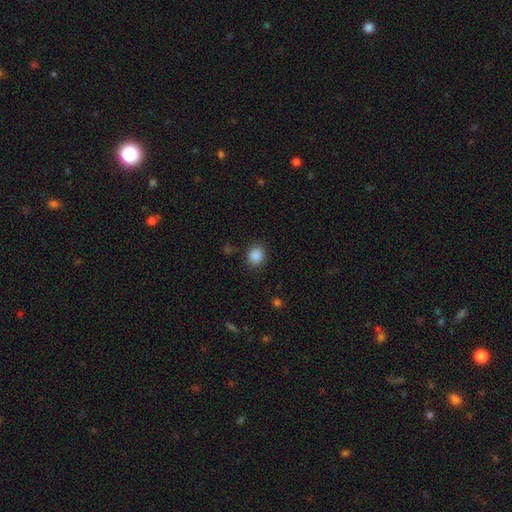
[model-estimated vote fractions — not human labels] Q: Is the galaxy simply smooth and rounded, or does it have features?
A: smooth — 87%.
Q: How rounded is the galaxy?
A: round — 67%.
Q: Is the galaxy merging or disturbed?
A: none — 86%.